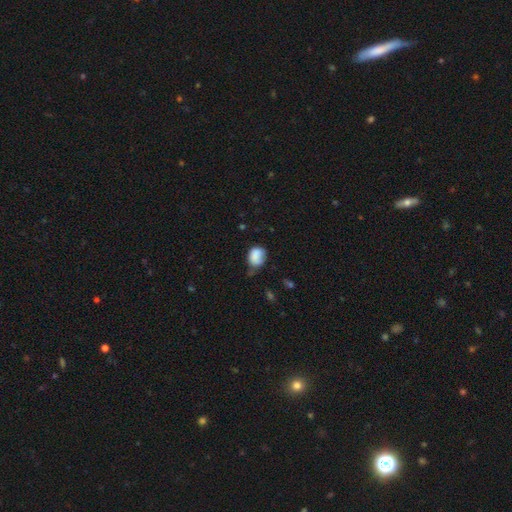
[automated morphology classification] Smooth or featured?
  - smooth: 82% *
  - featured or disk: 9%
  - star or artifact: 9%
How rounded?
  - in between: 50% *
  - round: 49%
  - cigar-shaped: 1%
Merging?
  - none: 42% *
  - minor disturbance: 40%
  - major disturbance: 13%
  - merger: 5%